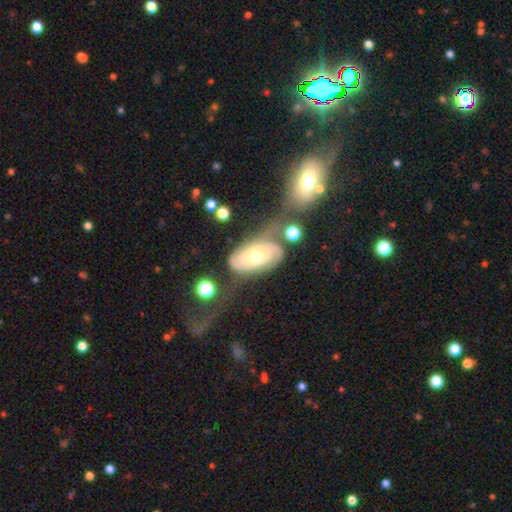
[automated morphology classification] A featured or disk galaxy (77%) with no bar (74%), 2 (54%) tight (63%) spiral arms (92%) and a moderate central bulge (62%).

Vote fractions:
- Smooth or featured? featured or disk: 77% / smooth: 16% / star or artifact: 6%
- Edge-on disk? no: 95% / yes: 5%
- Bar? no: 74% / weak: 21% / strong: 6%
- Spiral arms? yes: 92% / no: 8%
- Spiral winding? tight: 63% / medium: 27% / loose: 10%
- Spiral arm count? 2: 54% / can't tell: 26% / 3: 10% / 1: 4% / 4: 3% / more than 4: 3%
- Bulge size? moderate: 62% / small: 30% / large: 5% / none: 1% / dominant: 1%
- Merging? none: 48% / minor disturbance: 22% / major disturbance: 18% / merger: 12%